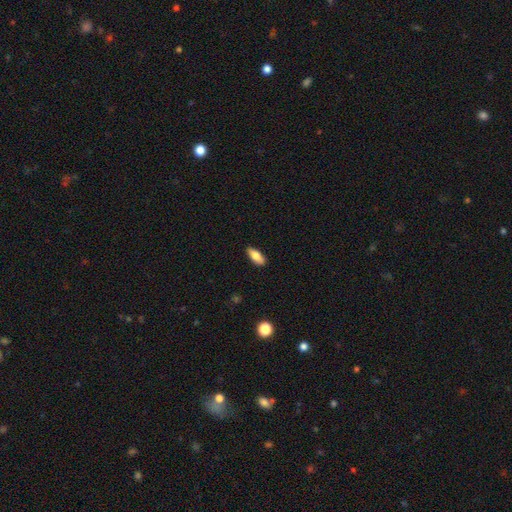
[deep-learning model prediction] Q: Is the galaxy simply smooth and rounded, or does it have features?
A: smooth — 77%.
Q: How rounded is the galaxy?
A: in between — 80%.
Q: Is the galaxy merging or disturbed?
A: none — 88%.